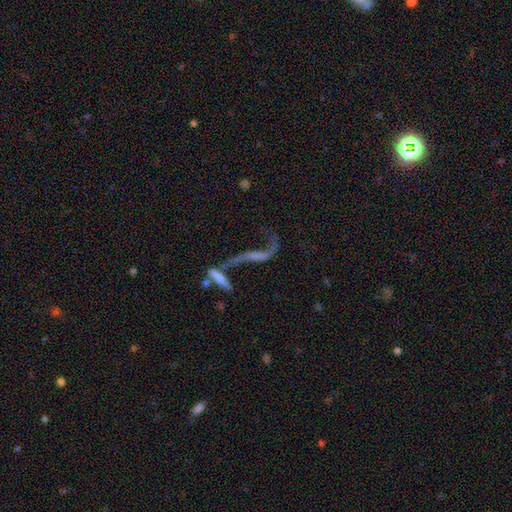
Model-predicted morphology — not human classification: Overall: featured or disk (70%). Edge-on disk: no (76%). Bar: no (53%; weak 26%). Spiral arms: yes (71%). Bulge size: none (51%; small 32%). Merging: none (35%; merger 32%).